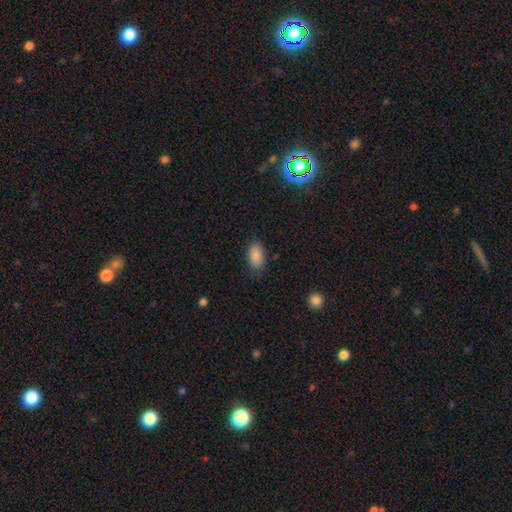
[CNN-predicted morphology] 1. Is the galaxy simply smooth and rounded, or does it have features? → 89% smooth, 8% star or artifact, 4% featured or disk.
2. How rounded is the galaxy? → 93% in between, 5% round, 2% cigar-shaped.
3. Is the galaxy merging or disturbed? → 84% none, 12% minor disturbance, 3% major disturbance, 1% merger.